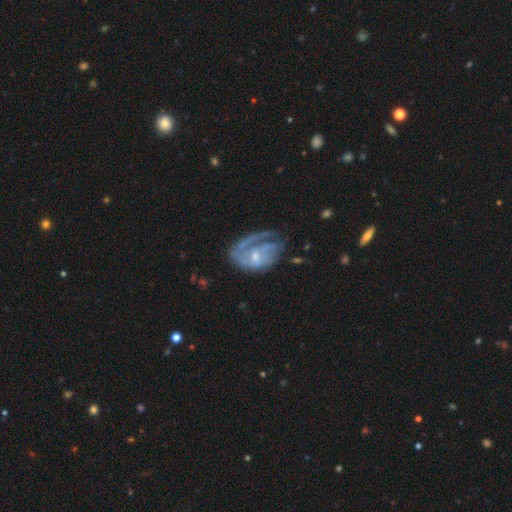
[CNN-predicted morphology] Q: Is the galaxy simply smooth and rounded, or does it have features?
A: featured or disk — 77%.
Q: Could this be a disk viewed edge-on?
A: no — 97%.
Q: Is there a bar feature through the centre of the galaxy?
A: no — 62%.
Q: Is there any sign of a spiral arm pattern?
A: yes — 84%.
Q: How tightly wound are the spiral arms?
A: tight — 41%.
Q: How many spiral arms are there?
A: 1 — 44%.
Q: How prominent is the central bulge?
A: small — 60%.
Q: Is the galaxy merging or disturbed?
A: none — 41%.